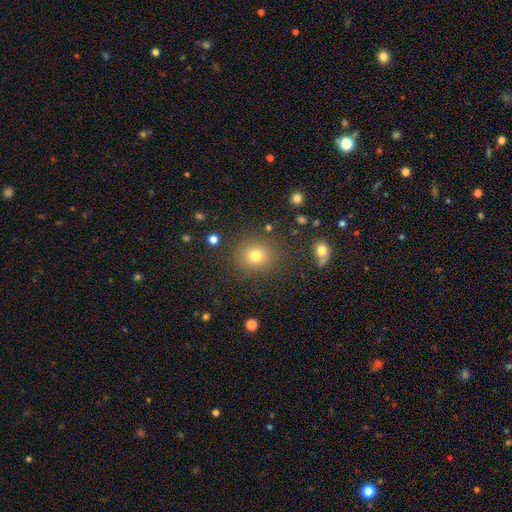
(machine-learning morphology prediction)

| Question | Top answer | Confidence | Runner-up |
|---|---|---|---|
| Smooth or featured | smooth | 77% | star or artifact (16%) |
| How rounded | round | 85% | in between (14%) |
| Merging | none | 86% | minor disturbance (8%) |